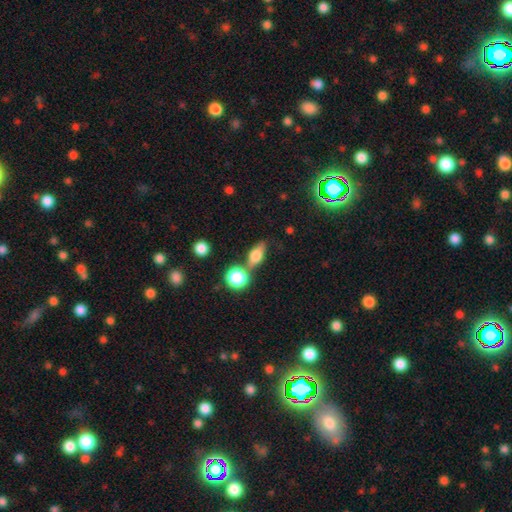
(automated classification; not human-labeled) This appears to be a smooth galaxy with no disk features (64%) that is in between round and cigar-shaped (64%). Merging: none (61%).